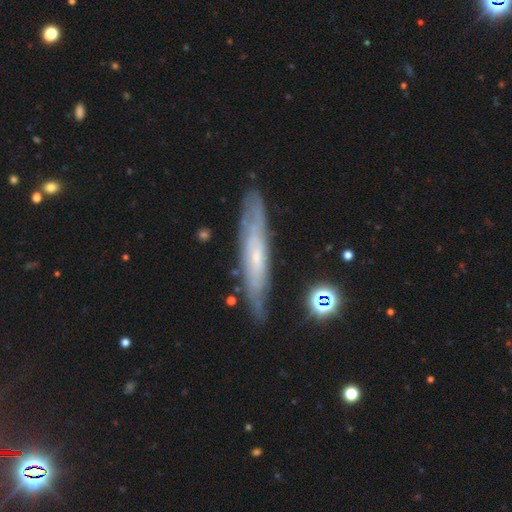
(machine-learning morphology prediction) A featured or disk galaxy (67%) viewed edge-on (55%).

Vote fractions:
- Smooth or featured? featured or disk: 67% / smooth: 26% / star or artifact: 7%
- Edge-on disk? yes: 55% / no: 45%
- Merging? none: 81% / minor disturbance: 14% / major disturbance: 3% / merger: 2%